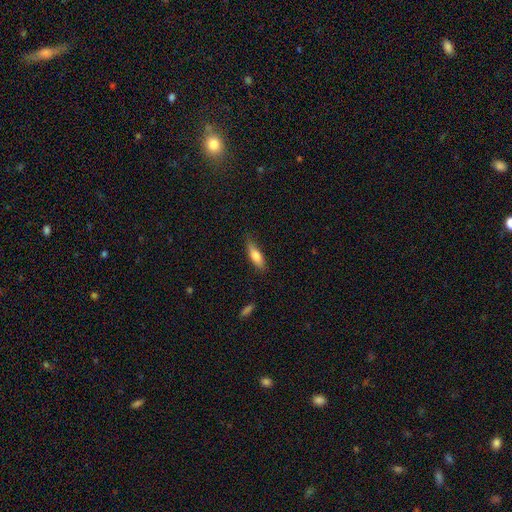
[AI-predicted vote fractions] Smooth or featured? Predicted: smooth (p=0.77). How rounded? Predicted: in between (p=0.49, tied with cigar-shaped). Merging? Predicted: none (p=0.76).